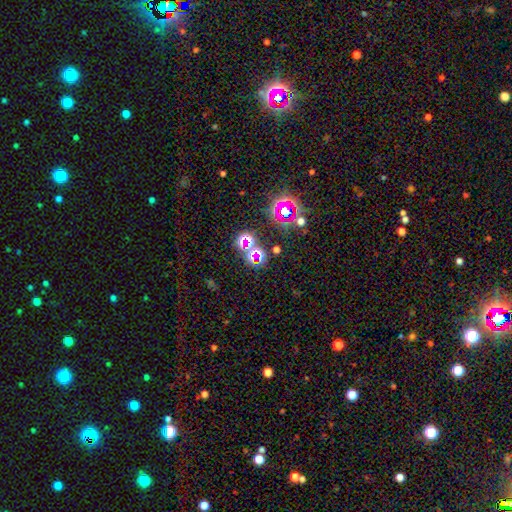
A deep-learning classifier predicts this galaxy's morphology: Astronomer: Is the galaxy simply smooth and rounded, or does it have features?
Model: star or artifact — 65%.